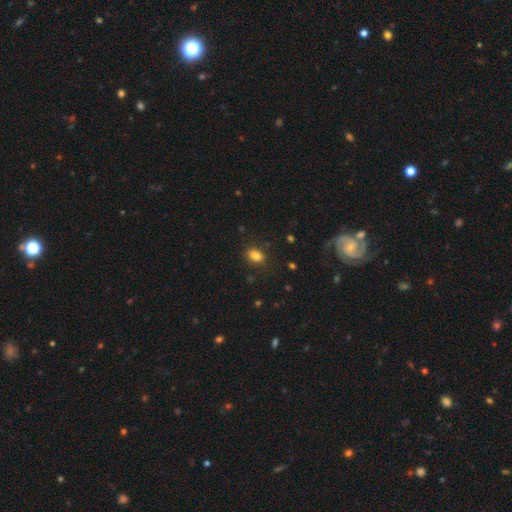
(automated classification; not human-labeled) Smooth or featured? Predicted: smooth (p=0.83). How rounded? Predicted: in between (p=0.74). Merging? Predicted: none (p=0.83).